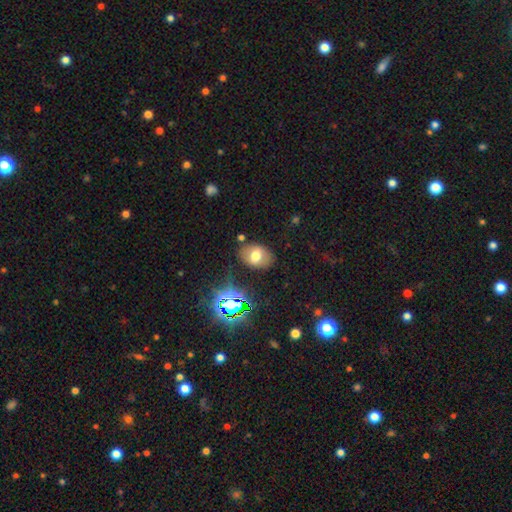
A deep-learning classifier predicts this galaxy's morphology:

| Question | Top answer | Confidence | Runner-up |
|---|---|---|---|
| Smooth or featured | smooth | 61% | featured or disk (24%) |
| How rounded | in between | 74% | round (25%) |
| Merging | none | 78% | minor disturbance (14%) |